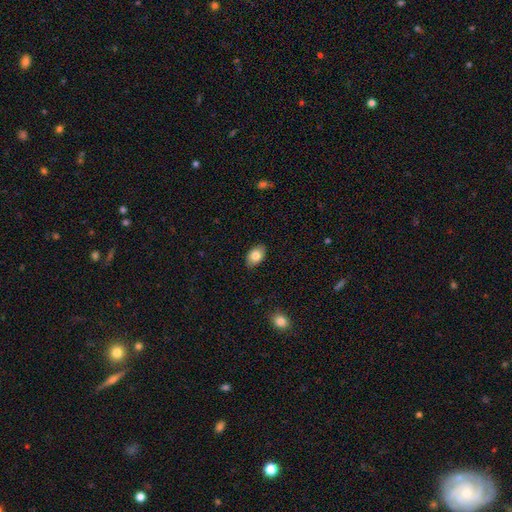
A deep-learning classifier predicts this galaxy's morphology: Smooth or featured?
  - smooth: 83% *
  - featured or disk: 10%
  - star or artifact: 7%
How rounded?
  - in between: 88% *
  - round: 10%
  - cigar-shaped: 1%
Merging?
  - none: 87% *
  - minor disturbance: 10%
  - major disturbance: 2%
  - merger: 1%